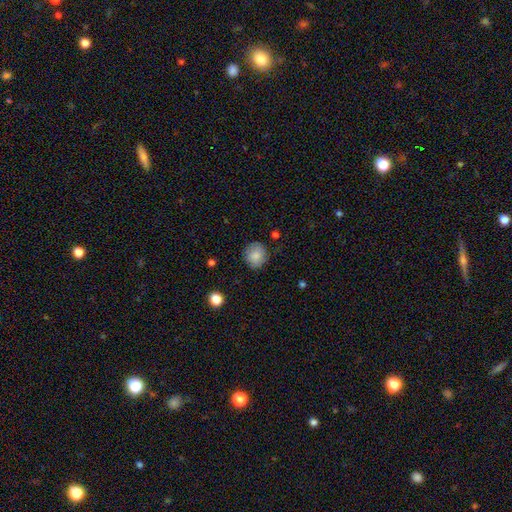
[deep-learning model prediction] Q: Smooth or featured?
A: smooth (84%); runner-up: star or artifact (8%)
Q: How rounded?
A: round (78%); runner-up: in between (21%)
Q: Merging?
A: none (83%); runner-up: minor disturbance (13%)